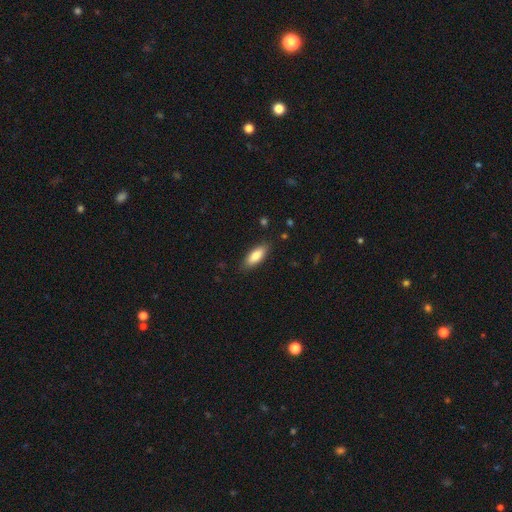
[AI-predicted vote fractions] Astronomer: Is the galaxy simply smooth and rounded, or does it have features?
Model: smooth — 83%.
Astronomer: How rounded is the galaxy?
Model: in between — 77%.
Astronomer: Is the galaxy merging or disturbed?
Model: none — 86%.